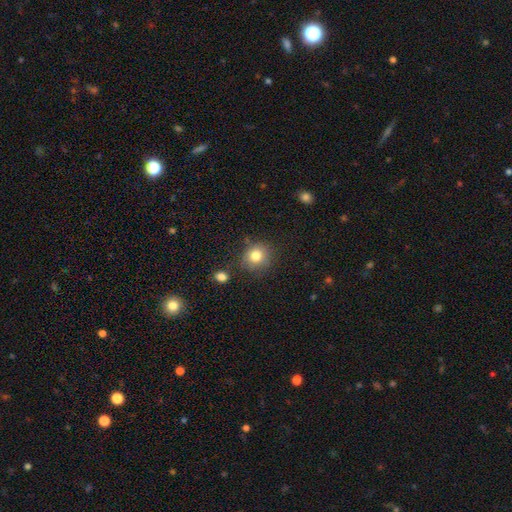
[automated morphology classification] smooth-or-featured: smooth: 81% | star or artifact: 11% | featured or disk: 8%
  how-rounded: round: 84% | in between: 15% | cigar-shaped: 1%
  merging: none: 80% | minor disturbance: 12% | merger: 4% | major disturbance: 3%